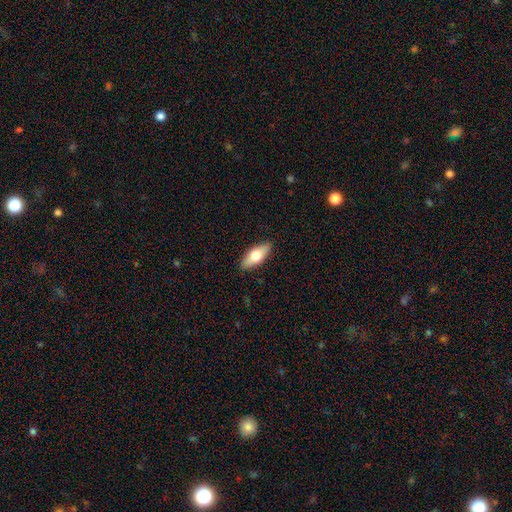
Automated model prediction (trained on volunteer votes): A smooth galaxy with no disk features (69%) that is in between round and cigar-shaped (78%). Merging: none (89%).